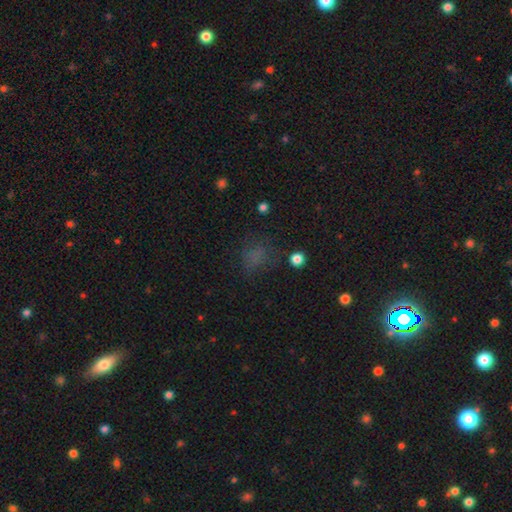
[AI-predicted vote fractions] Smooth or featured? smooth (61%)
How rounded? round (56%)
Merging? none (62%)